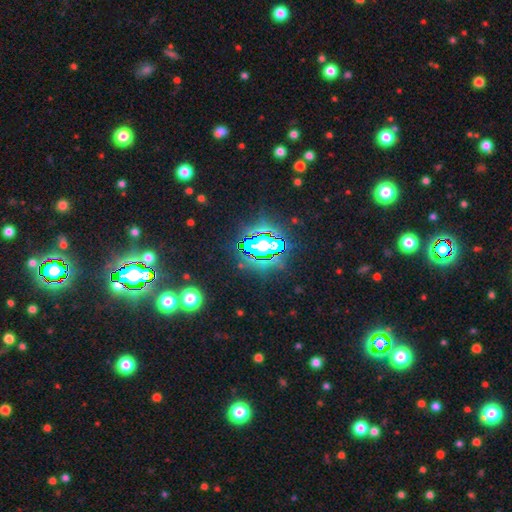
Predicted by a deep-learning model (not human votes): Morphology: type=star or artifact (82%).